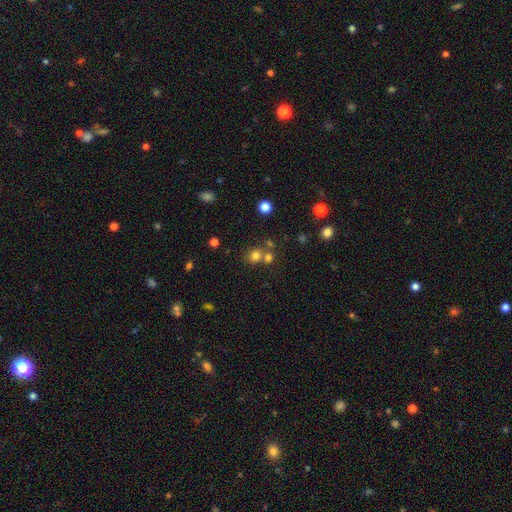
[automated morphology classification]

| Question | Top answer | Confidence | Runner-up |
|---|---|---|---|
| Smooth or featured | smooth | 74% | star or artifact (17%) |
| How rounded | round | 78% | in between (21%) |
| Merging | none | 58% | merger (31%) |